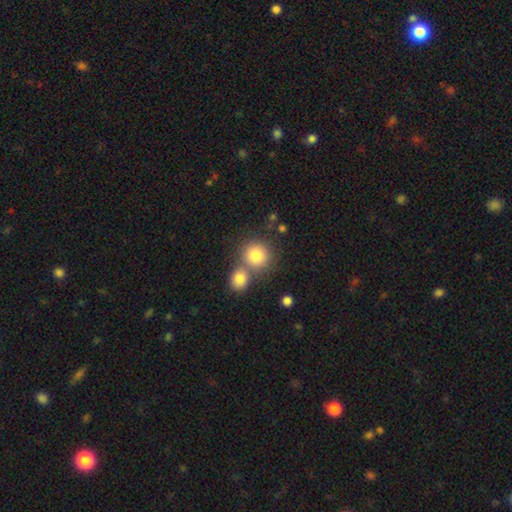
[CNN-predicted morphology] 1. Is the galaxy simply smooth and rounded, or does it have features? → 81% smooth, 10% star or artifact, 9% featured or disk.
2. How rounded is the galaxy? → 89% round, 10% in between, 1% cigar-shaped.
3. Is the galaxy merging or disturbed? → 52% none, 38% merger, 7% minor disturbance, 3% major disturbance.